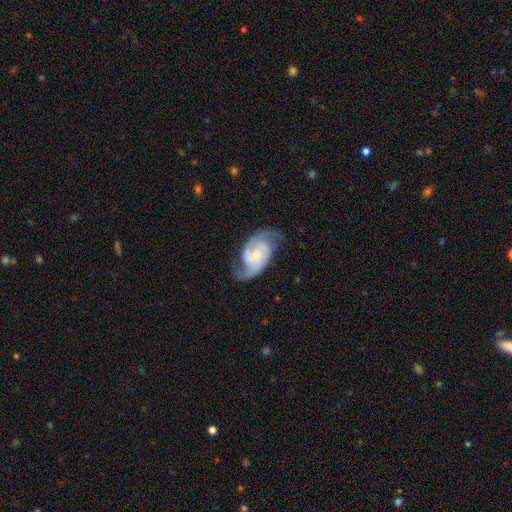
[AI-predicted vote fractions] A featured or disk galaxy (87%) with no bar (58%), 2 (88%) medium (53%) spiral arms (97%) and a small central bulge (58%).

Vote fractions:
- Smooth or featured? featured or disk: 87% / smooth: 8% / star or artifact: 5%
- Edge-on disk? no: 97% / yes: 3%
- Bar? no: 58% / weak: 34% / strong: 8%
- Spiral arms? yes: 97% / no: 3%
- Spiral winding? medium: 53% / loose: 24% / tight: 24%
- Spiral arm count? 2: 88% / 3: 4% / can't tell: 4% / 1: 2% / 4: 1% / more than 4: 1%
- Bulge size? small: 58% / moderate: 23% / none: 15% / large: 4% / dominant: 1%
- Merging? none: 72% / minor disturbance: 18% / major disturbance: 9% / merger: 1%